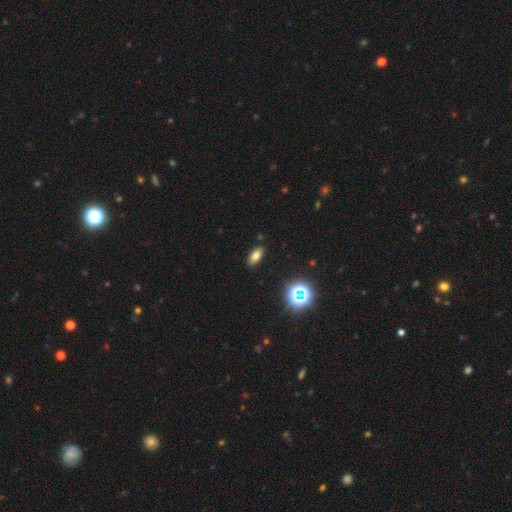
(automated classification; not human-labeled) A smooth galaxy with no disk features (75%) that is in between round and cigar-shaped (84%).

Vote fractions:
- Smooth or featured? smooth: 75% / star or artifact: 16% / featured or disk: 9%
- How rounded? in between: 84% / cigar-shaped: 11% / round: 5%
- Merging? none: 88% / minor disturbance: 8% / major disturbance: 2% / merger: 1%